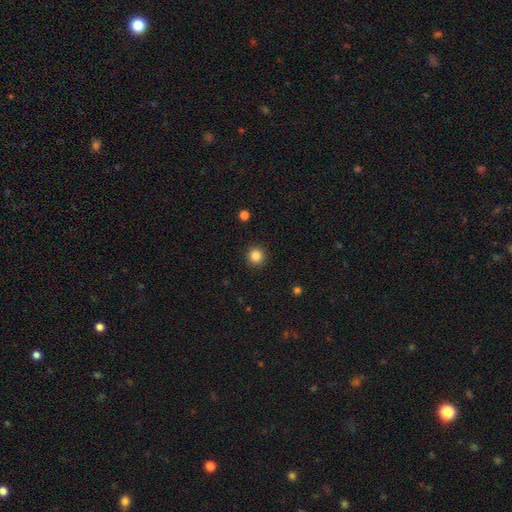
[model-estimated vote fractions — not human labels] Q: Smooth or featured?
A: smooth (85%); runner-up: star or artifact (11%)
Q: How rounded?
A: round (95%); runner-up: in between (4%)
Q: Merging?
A: none (92%); runner-up: minor disturbance (5%)